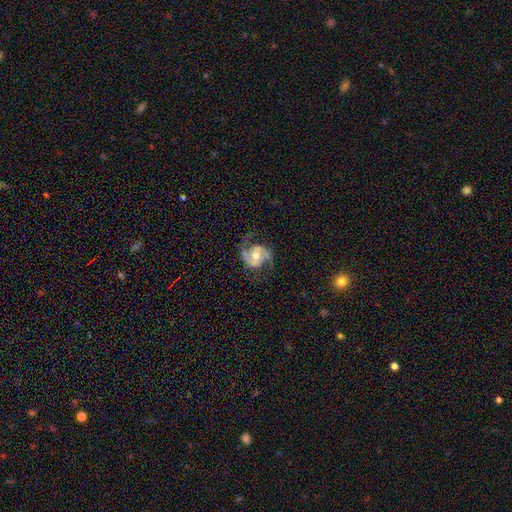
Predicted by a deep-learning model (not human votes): A featured or disk galaxy (88%) with a weak bar (44%), 2 (92%) medium (55%) spiral arms (97%) and a moderate central bulge (67%).

Vote fractions:
- Smooth or featured? featured or disk: 88% / smooth: 7% / star or artifact: 5%
- Edge-on disk? no: 98% / yes: 2%
- Bar? weak: 44% / no: 34% / strong: 22%
- Spiral arms? yes: 97% / no: 3%
- Spiral winding? medium: 55% / loose: 29% / tight: 15%
- Spiral arm count? 2: 92% / can't tell: 2% / 1: 2% / 3: 2% / 4: 1% / more than 4: 1%
- Bulge size? moderate: 67% / small: 22% / large: 8% / none: 2% / dominant: 1%
- Merging? none: 74% / minor disturbance: 15% / major disturbance: 9% / merger: 1%